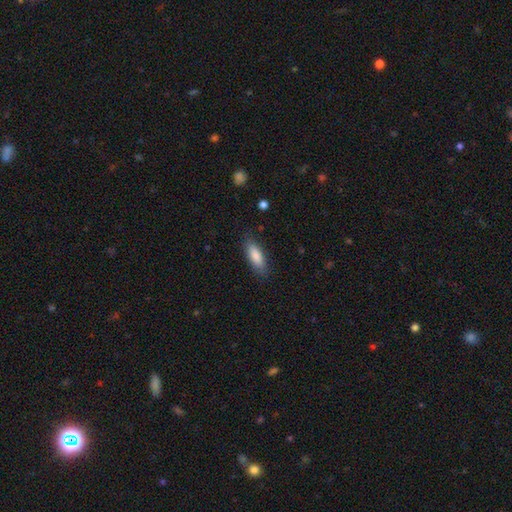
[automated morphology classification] A smooth galaxy with no disk features (86%) that is in between round and cigar-shaped (66%).

Vote fractions:
- Smooth or featured? smooth: 86% / featured or disk: 8% / star or artifact: 6%
- How rounded? in between: 66% / cigar-shaped: 32% / round: 2%
- Merging? none: 83% / minor disturbance: 13% / major disturbance: 3% / merger: 1%